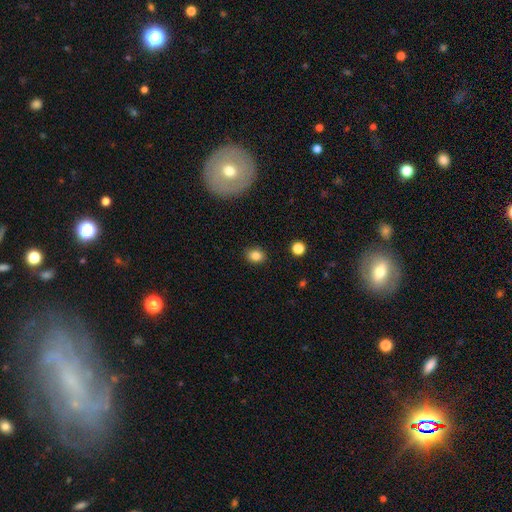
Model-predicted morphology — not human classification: smooth-or-featured: smooth: 84% | star or artifact: 10% | featured or disk: 6%
  how-rounded: in between: 50% | round: 48% | cigar-shaped: 1%
  merging: none: 88% | minor disturbance: 8% | major disturbance: 2% | merger: 1%